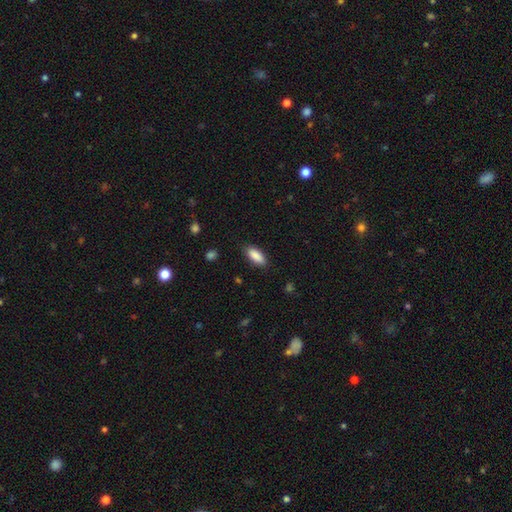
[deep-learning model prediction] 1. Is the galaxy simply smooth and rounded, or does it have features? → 89% smooth, 6% star or artifact, 5% featured or disk.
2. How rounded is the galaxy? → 80% in between, 18% cigar-shaped, 2% round.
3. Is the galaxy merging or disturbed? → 86% none, 11% minor disturbance, 2% major disturbance, 1% merger.